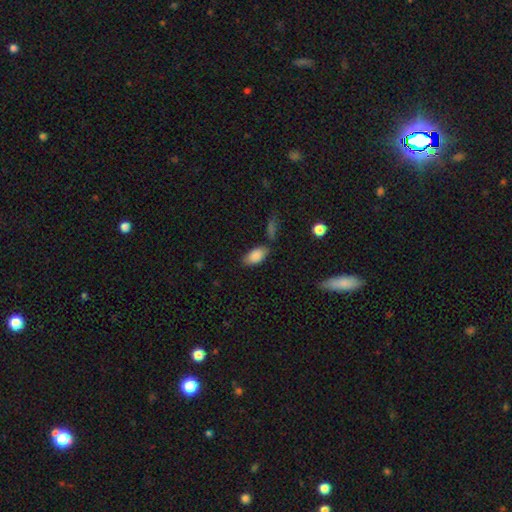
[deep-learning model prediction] Morphology: type=smooth (86%); roundness=in between (93%); merging=none (72%).